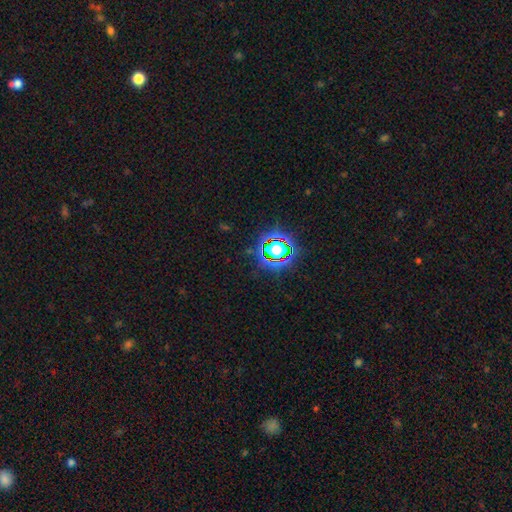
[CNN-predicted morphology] Q: Smooth or featured?
A: star or artifact (80%); runner-up: smooth (12%)